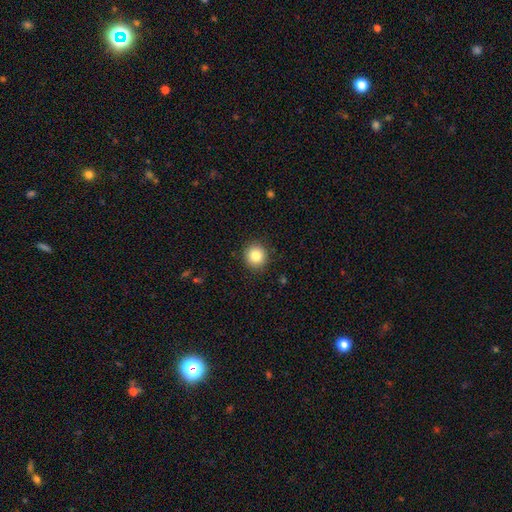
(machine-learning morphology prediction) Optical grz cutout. It shows a smooth galaxy with no disk features (83%) that is round (91%). Merging: none (90%).